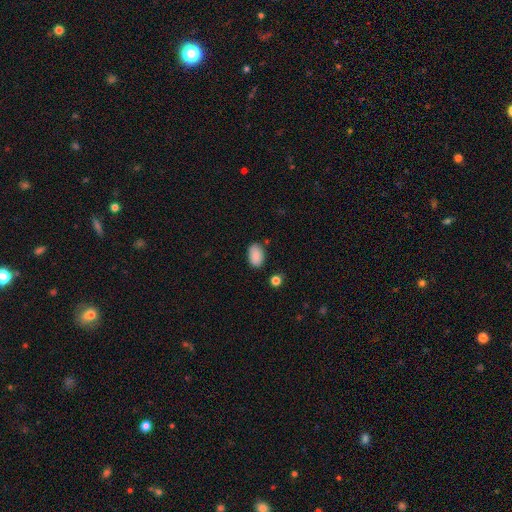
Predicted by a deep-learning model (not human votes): Smooth or featured?
  - smooth: 88% *
  - star or artifact: 7%
  - featured or disk: 5%
How rounded?
  - in between: 91% *
  - round: 8%
  - cigar-shaped: 1%
Merging?
  - none: 80% *
  - minor disturbance: 14%
  - major disturbance: 3%
  - merger: 3%